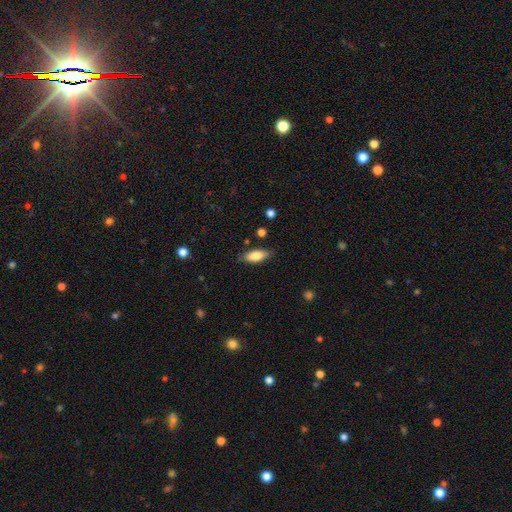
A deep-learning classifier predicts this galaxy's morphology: Smooth or featured? smooth (81%)
How rounded? in between (81%)
Merging? none (79%)